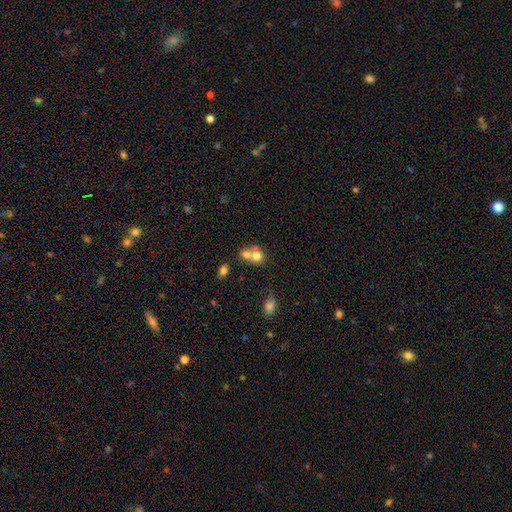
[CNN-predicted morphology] smooth_or_featured: smooth (p=0.71) [alt: featured or disk p=0.18]
how_rounded: round (p=0.67) [alt: in between p=0.31]
merging: merger (p=0.62) [alt: none p=0.27]